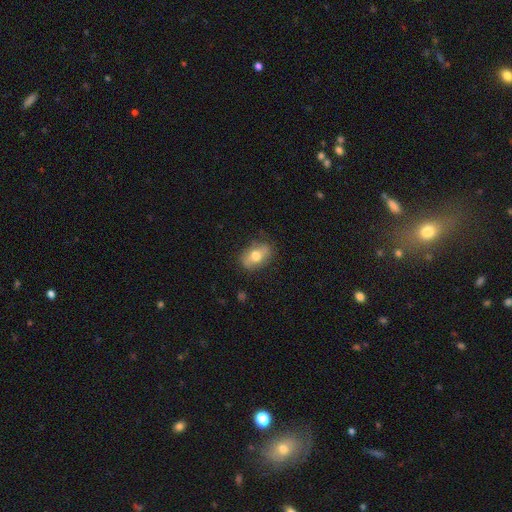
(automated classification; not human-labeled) A smooth galaxy with no disk features (62%) that is in between round and cigar-shaped (81%). Merging: none (76%).